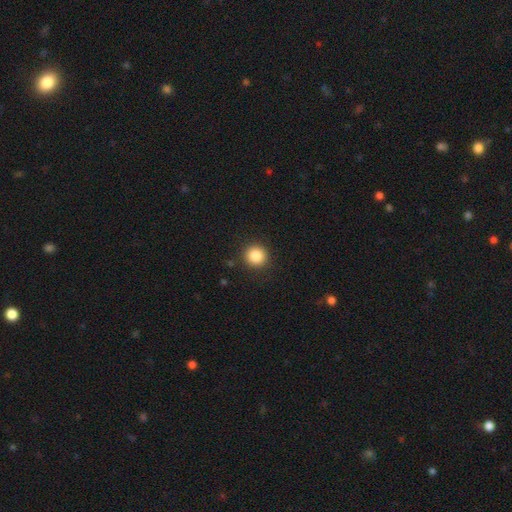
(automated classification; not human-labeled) The model was most divided on "smooth or featured": smooth: 86%, star or artifact: 10%, featured or disk: 4%. More confident: how rounded — round (95%); merging — none (91%).